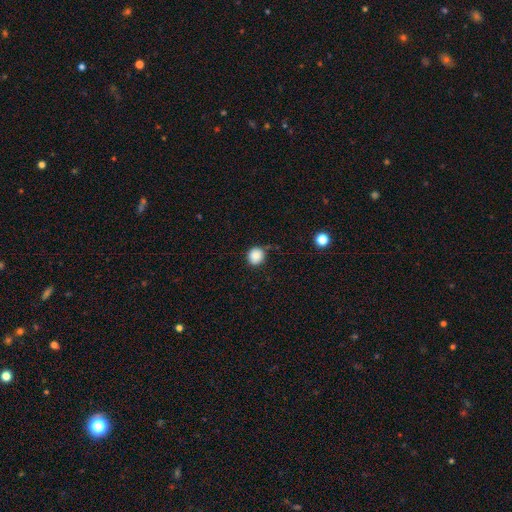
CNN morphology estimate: Overall: smooth (87%). How rounded: round (88%). Merging: none (75%).